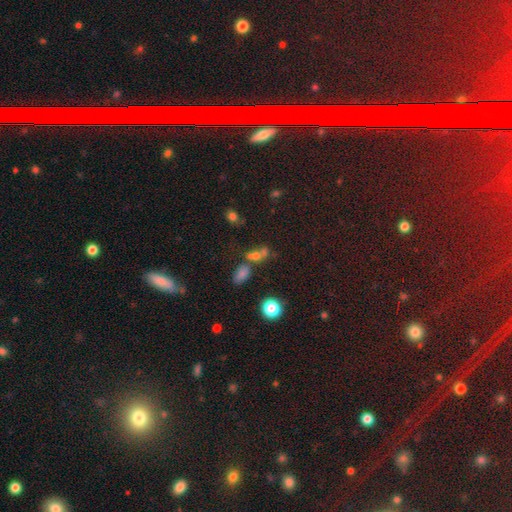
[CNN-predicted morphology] Smooth or featured? Predicted: smooth (p=0.59). How rounded? Predicted: in between (p=0.55). Merging? Predicted: merger (p=0.47).